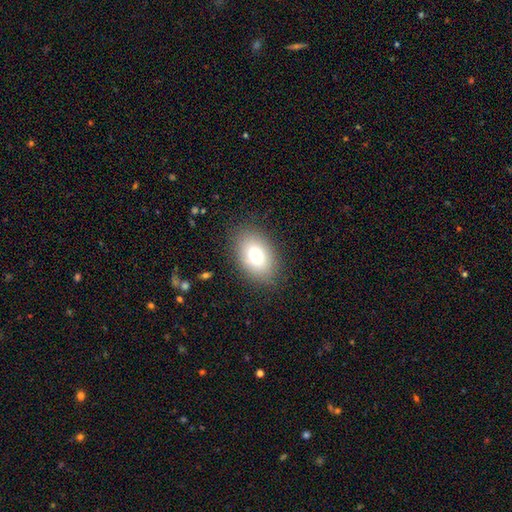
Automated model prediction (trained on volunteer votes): This appears to be a smooth galaxy with no disk features (76%) that is in between round and cigar-shaped (85%). Merging: none (85%).